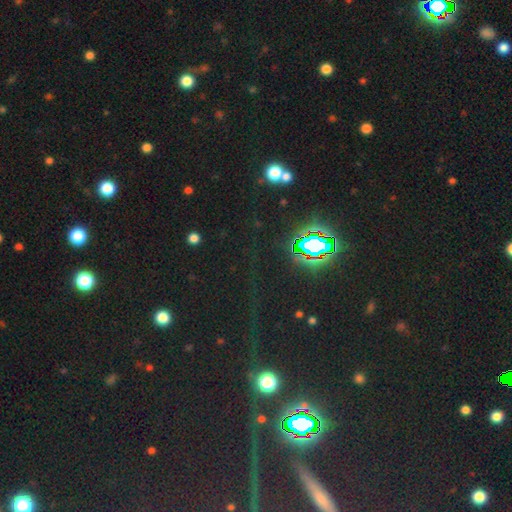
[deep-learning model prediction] smooth_or_featured: star or artifact (p=0.79) [alt: smooth p=0.13]